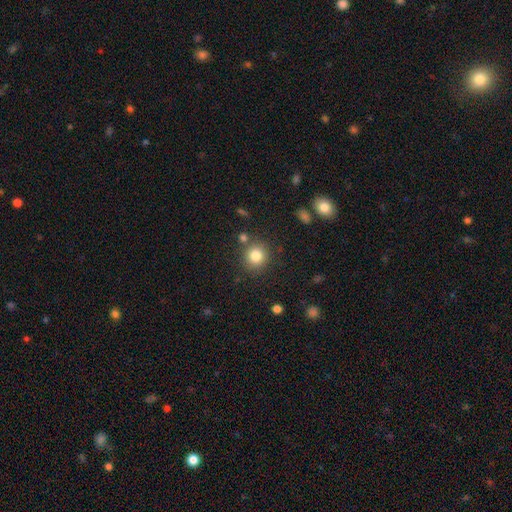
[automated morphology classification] Q: Smooth or featured?
A: smooth (82%); runner-up: star or artifact (11%)
Q: How rounded?
A: round (91%); runner-up: in between (8%)
Q: Merging?
A: none (82%); runner-up: minor disturbance (8%)